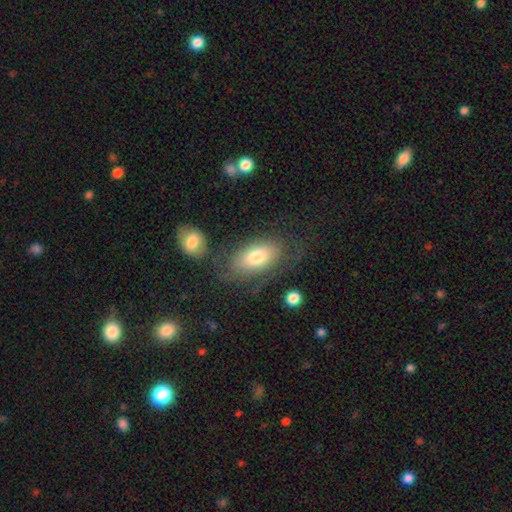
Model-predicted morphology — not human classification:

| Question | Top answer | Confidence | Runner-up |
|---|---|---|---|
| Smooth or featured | smooth | 67% | featured or disk (25%) |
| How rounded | in between | 92% | round (4%) |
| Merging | none | 62% | minor disturbance (20%) |